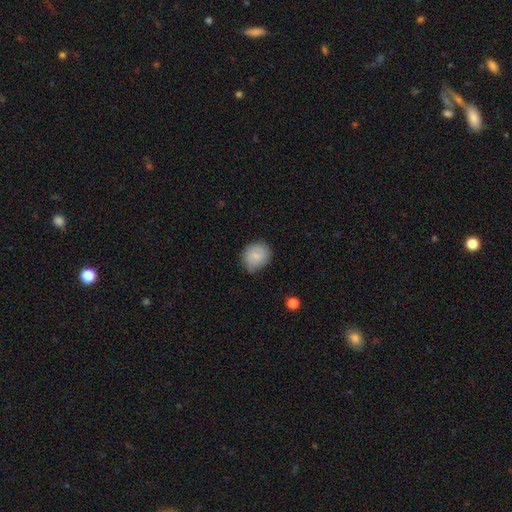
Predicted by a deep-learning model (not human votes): This is likely a smooth galaxy (74%). How rounded: likely round (75%). Merging: likely none (68%).